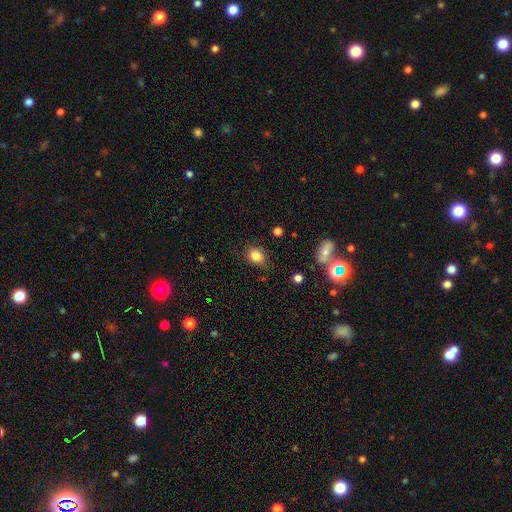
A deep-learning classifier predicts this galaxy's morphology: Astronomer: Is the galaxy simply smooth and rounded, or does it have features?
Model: smooth — 82%.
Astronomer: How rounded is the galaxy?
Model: round — 54% (runner-up: in between, 45%).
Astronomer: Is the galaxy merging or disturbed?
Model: none — 78%.